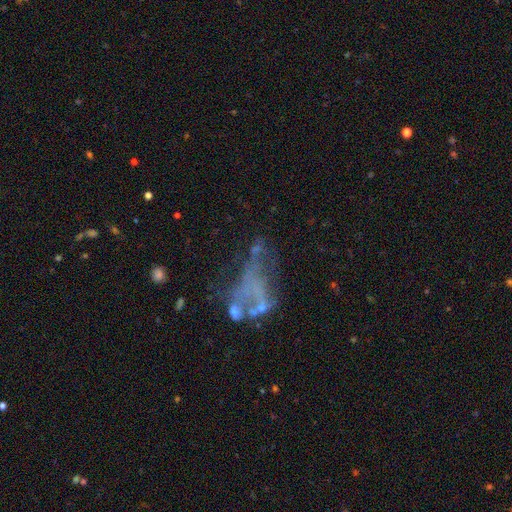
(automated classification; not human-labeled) Smooth or featured?
  - featured or disk: 56% *
  - star or artifact: 23%
  - smooth: 22%
Edge-on disk?
  - no: 96% *
  - yes: 4%
Bar?
  - no: 93% *
  - weak: 5%
  - strong: 2%
Spiral arms?
  - no: 94% *
  - yes: 6%
Bulge size?
  - none: 85% *
  - small: 8%
  - moderate: 4%
  - large: 2%
  - dominant: 1%
Merging?
  - major disturbance: 38% *
  - none: 29%
  - merger: 19%
  - minor disturbance: 14%